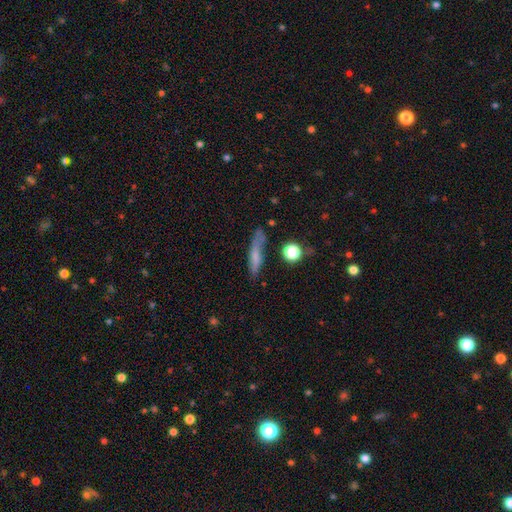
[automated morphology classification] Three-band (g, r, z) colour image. It shows a smooth galaxy with no disk features (60%) that is cigar-shaped (81%). Merging: none (65%).